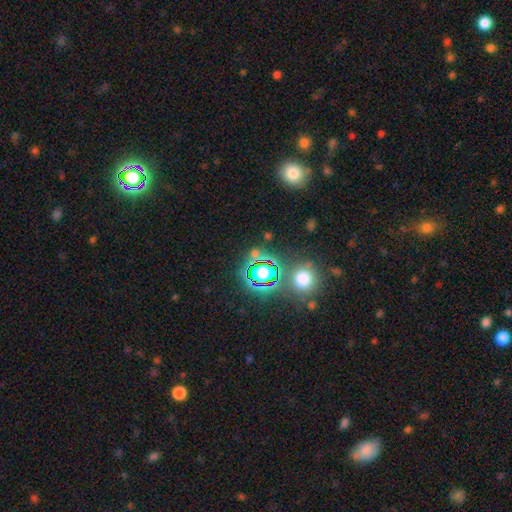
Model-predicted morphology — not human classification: smooth_or_featured: star or artifact (p=0.72) [alt: smooth p=0.20]